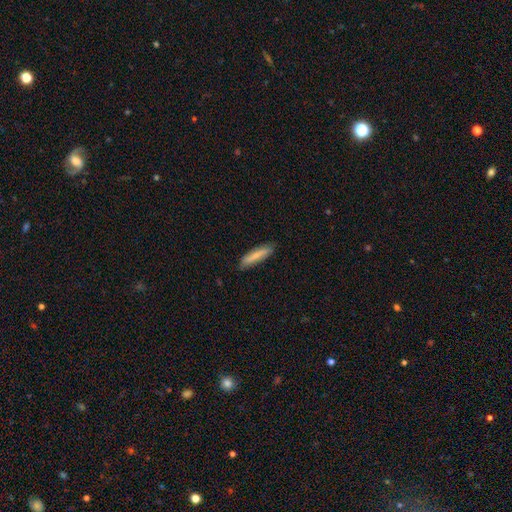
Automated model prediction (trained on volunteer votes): This is likely a smooth galaxy (76%). How rounded: clearly cigar-shaped (81%). Merging: clearly none (86%).